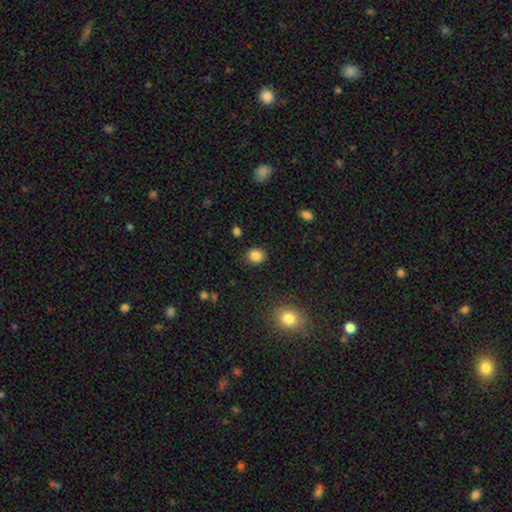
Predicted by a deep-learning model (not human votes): smooth-or-featured: smooth: 85% | star or artifact: 10% | featured or disk: 5%
  how-rounded: round: 71% | in between: 29% | cigar-shaped: 1%
  merging: none: 89% | minor disturbance: 7% | major disturbance: 2% | merger: 1%